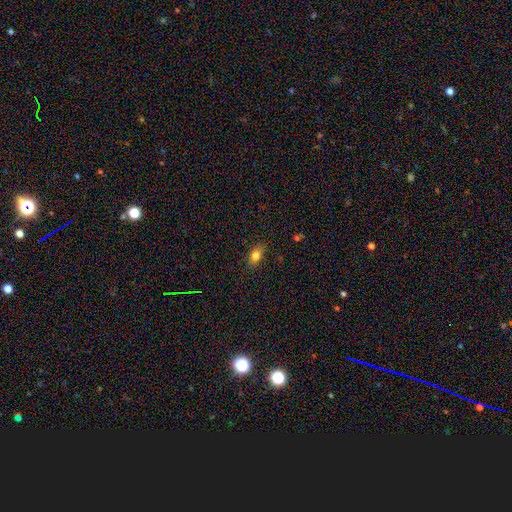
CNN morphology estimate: smooth 80%, star or artifact 11%, featured or disk 9%. Down the decision tree: how rounded — in between (79%); merging — none (84%).